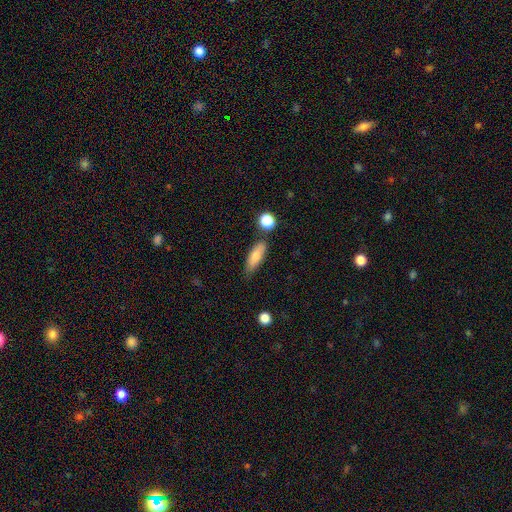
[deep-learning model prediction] This appears to be a smooth galaxy with no disk features (75%) that is in between round and cigar-shaped (57%). Merging: none (70%).